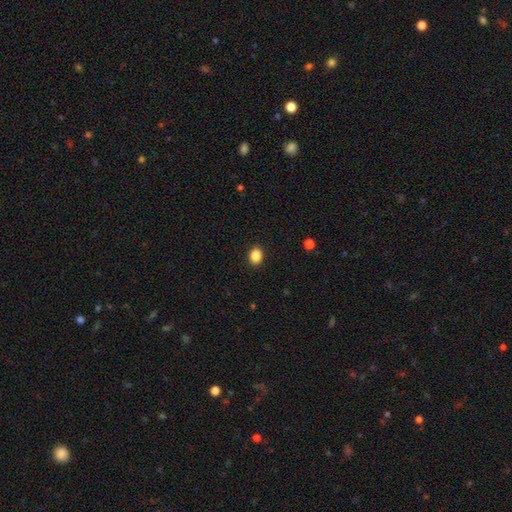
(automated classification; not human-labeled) This is clearly a smooth galaxy (87%). How rounded: likely in between (62%). Merging: clearly none (91%).